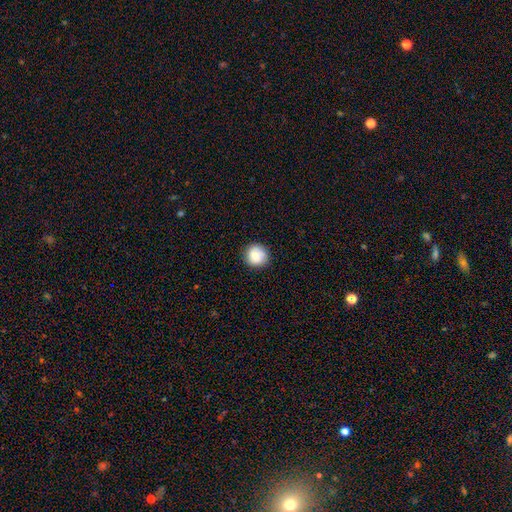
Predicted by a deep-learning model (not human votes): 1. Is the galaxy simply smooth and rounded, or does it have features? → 84% smooth, 8% featured or disk, 8% star or artifact.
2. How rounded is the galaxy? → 94% round, 5% in between, 1% cigar-shaped.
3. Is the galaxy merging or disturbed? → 88% none, 9% minor disturbance, 2% major disturbance, 1% merger.